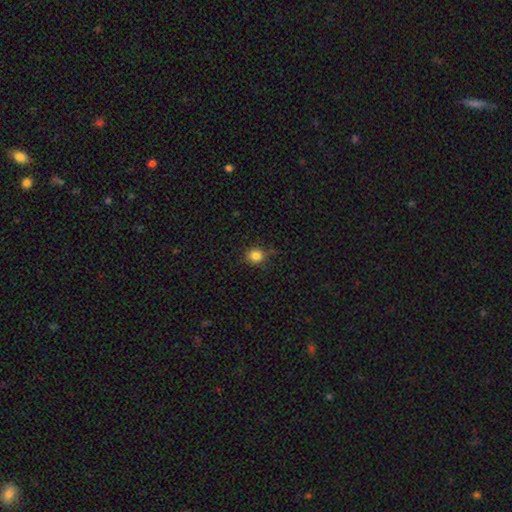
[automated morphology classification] Q: Smooth or featured?
A: smooth (84%); runner-up: star or artifact (12%)
Q: How rounded?
A: round (82%); runner-up: in between (17%)
Q: Merging?
A: none (80%); runner-up: minor disturbance (14%)